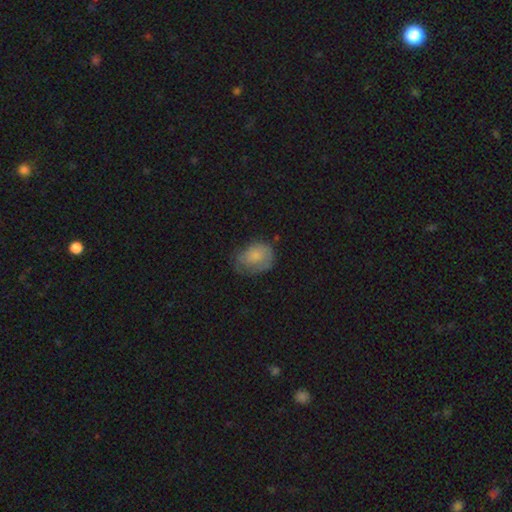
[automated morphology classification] This appears to be a smooth galaxy with no disk features (66%) that is in between round and cigar-shaped (65%). Merging: none (48%).